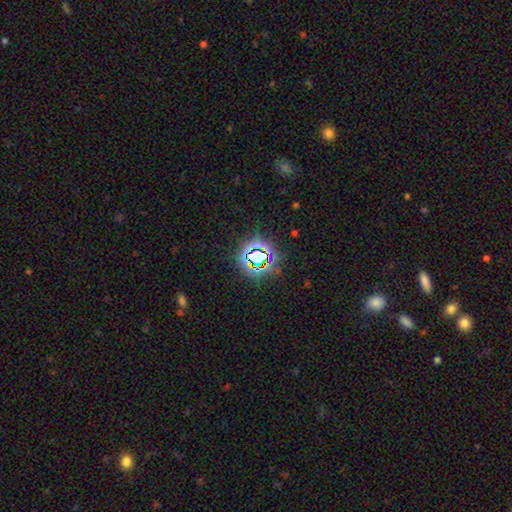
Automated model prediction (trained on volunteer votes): This is likely a star or artifact rather than a galaxy (70%).